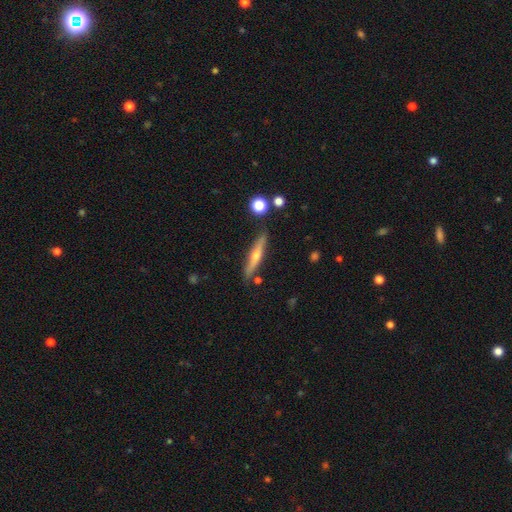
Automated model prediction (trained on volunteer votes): Smooth or featured: featured or disk — 62% (smooth — 31%)
Edge-on disk: yes — 94% (no — 6%)
Edge-on bulge: rounded — 87% (none — 10%)
Merging: none — 85% (minor disturbance — 9%)